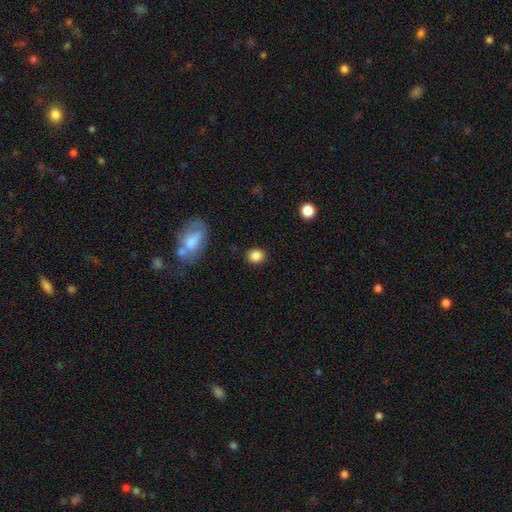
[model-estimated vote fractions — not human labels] Smooth or featured?
  - smooth: 86% *
  - star or artifact: 10%
  - featured or disk: 4%
How rounded?
  - round: 73% *
  - in between: 25%
  - cigar-shaped: 1%
Merging?
  - none: 88% *
  - minor disturbance: 8%
  - major disturbance: 3%
  - merger: 2%